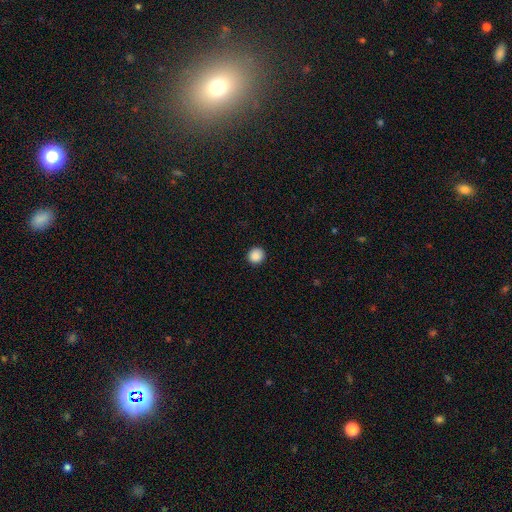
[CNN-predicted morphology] A smooth galaxy with no disk features (89%) that is round (92%).

Vote fractions:
- Smooth or featured? smooth: 89% / star or artifact: 9% / featured or disk: 2%
- How rounded? round: 92% / in between: 7% / cigar-shaped: 1%
- Merging? none: 92% / minor disturbance: 5% / major disturbance: 2% / merger: 1%